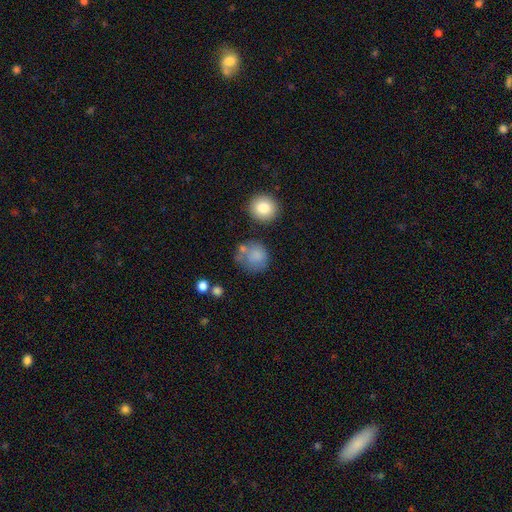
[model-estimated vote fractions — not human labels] This appears to be a smooth galaxy with no disk features (79%) that is round (87%). Merging: none (60%).